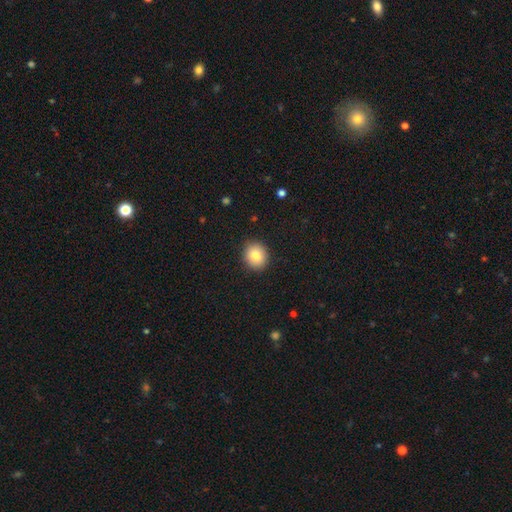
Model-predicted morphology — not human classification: Smooth or featured? smooth (81%)
How rounded? round (77%)
Merging? none (91%)